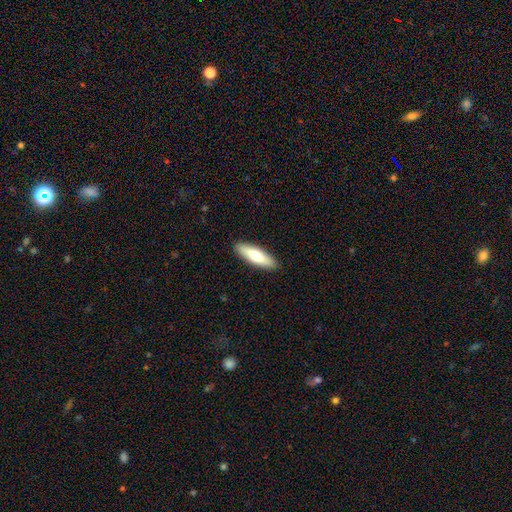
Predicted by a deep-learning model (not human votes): A smooth galaxy with no disk features (70%) that is cigar-shaped (59%). Merging: none (90%).